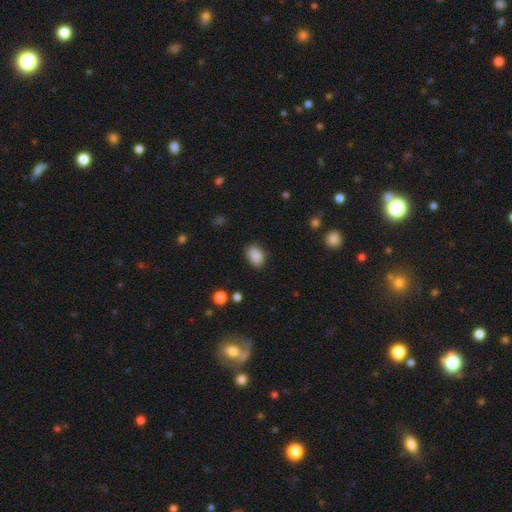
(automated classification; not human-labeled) A smooth galaxy with no disk features (87%) that is in between round and cigar-shaped (80%).

Vote fractions:
- Smooth or featured? smooth: 87% / star or artifact: 8% / featured or disk: 4%
- How rounded? in between: 80% / round: 19% / cigar-shaped: 1%
- Merging? none: 80% / minor disturbance: 15% / major disturbance: 3% / merger: 2%